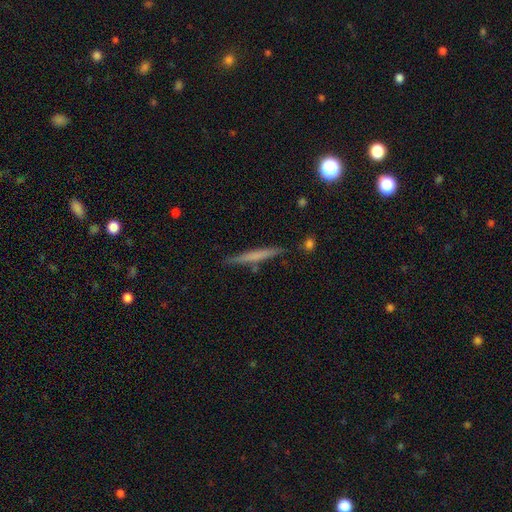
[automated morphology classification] Smooth or featured: smooth — 54% (featured or disk — 39%)
How rounded: cigar-shaped — 96% (in between — 3%)
Merging: none — 86% (minor disturbance — 10%)